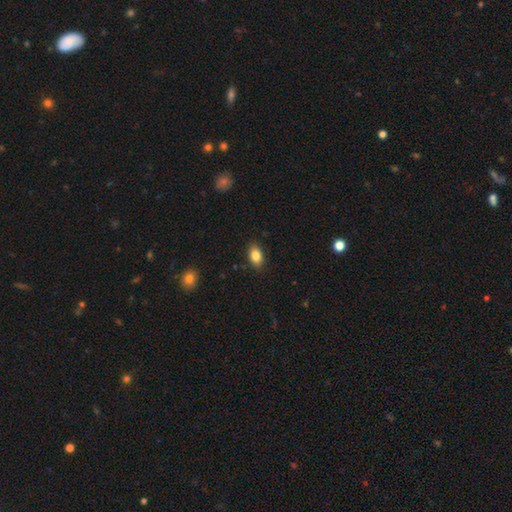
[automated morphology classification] This appears to be a smooth galaxy with no disk features (84%) that is in between round and cigar-shaped (88%). Merging: none (87%).